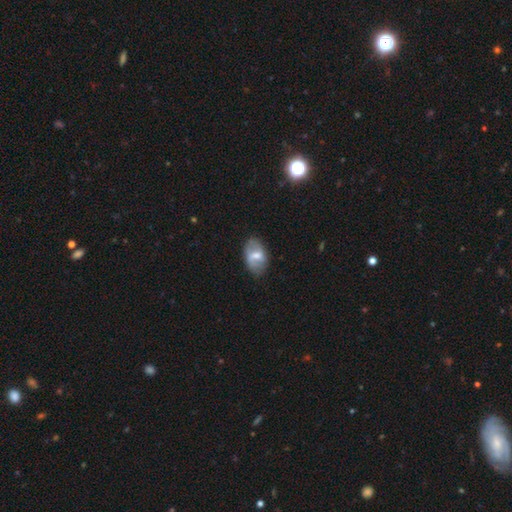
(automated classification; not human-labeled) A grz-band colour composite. It shows a smooth galaxy with no disk features (48%). Merging: none (76%).